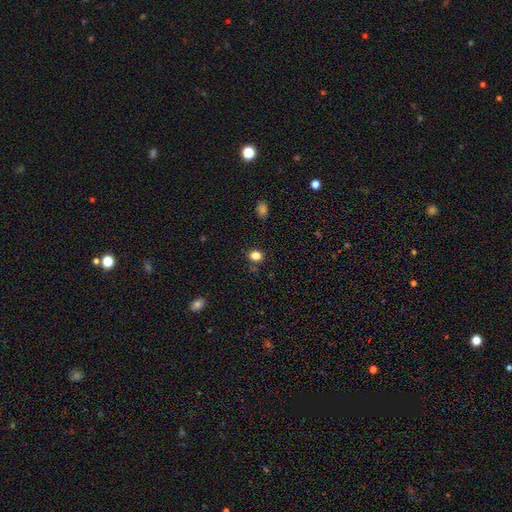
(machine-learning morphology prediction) smooth 82%, star or artifact 13%, featured or disk 5%. Down the decision tree: how rounded — round (63%); merging — none (85%).